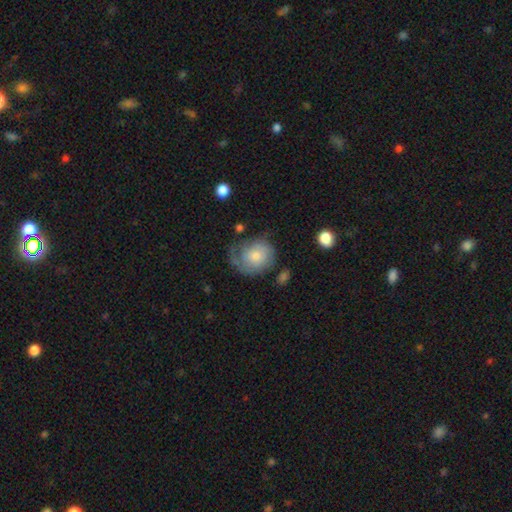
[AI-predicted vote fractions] Q: Smooth or featured?
A: featured or disk (53%); runner-up: smooth (40%)
Q: Edge-on disk?
A: no (97%); runner-up: yes (3%)
Q: Bar?
A: no (80%); runner-up: weak (18%)
Q: Spiral arms?
A: yes (82%); runner-up: no (18%)
Q: Bulge size?
A: moderate (48%); runner-up: small (39%)
Q: Merging?
A: none (50%); runner-up: minor disturbance (26%)